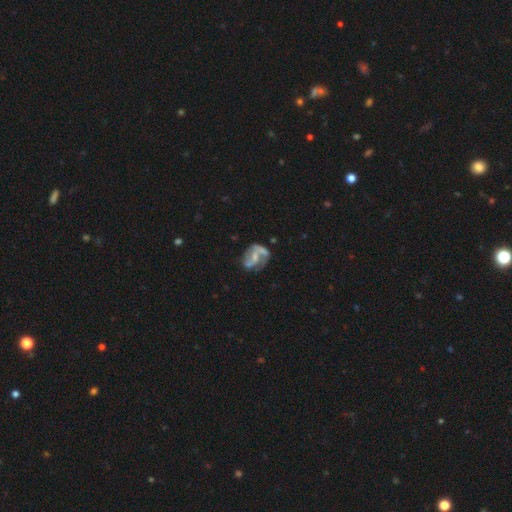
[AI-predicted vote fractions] This appears to be a featured or disk galaxy (76%) with a weak bar (42%), 2 (74%) loose (42%, tied with medium) spiral arms (83%) and a small central bulge (46%). Merging: none (47%).